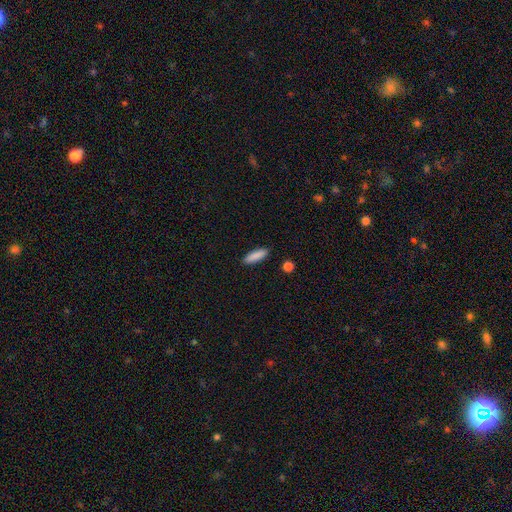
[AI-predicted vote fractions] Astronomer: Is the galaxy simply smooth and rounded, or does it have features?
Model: smooth — 88%.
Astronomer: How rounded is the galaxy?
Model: cigar-shaped — 57% (runner-up: in between, 41%).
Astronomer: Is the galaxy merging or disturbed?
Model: none — 89%.